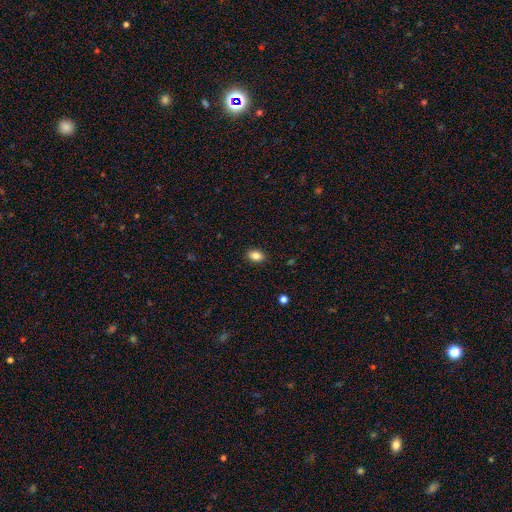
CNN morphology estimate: smooth_or_featured: smooth (p=0.86) [alt: star or artifact p=0.09]
how_rounded: in between (p=0.84) [alt: round p=0.15]
merging: none (p=0.89) [alt: minor disturbance p=0.08]